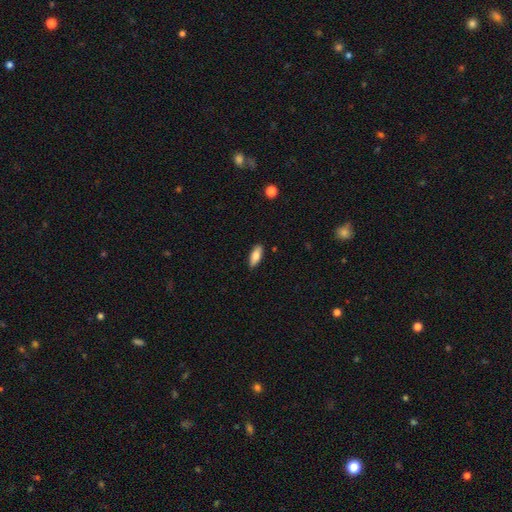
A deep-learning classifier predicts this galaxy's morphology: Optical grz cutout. It shows a smooth galaxy with no disk features (82%) that is in between round and cigar-shaped (79%). Merging: none (87%).